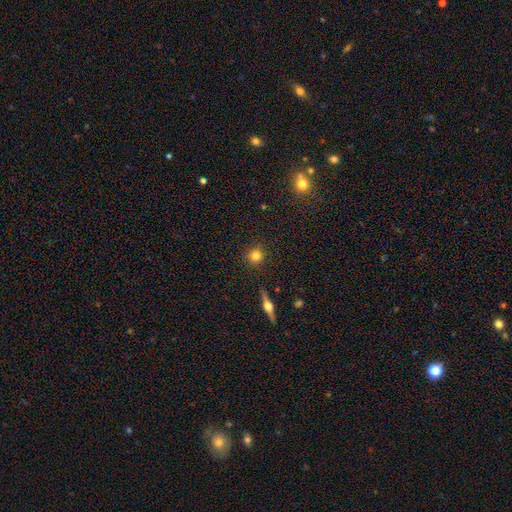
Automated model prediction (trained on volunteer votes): smooth_or_featured: smooth (p=0.79) [alt: star or artifact p=0.11]
how_rounded: round (p=0.91) [alt: in between p=0.07]
merging: none (p=0.89) [alt: minor disturbance p=0.07]